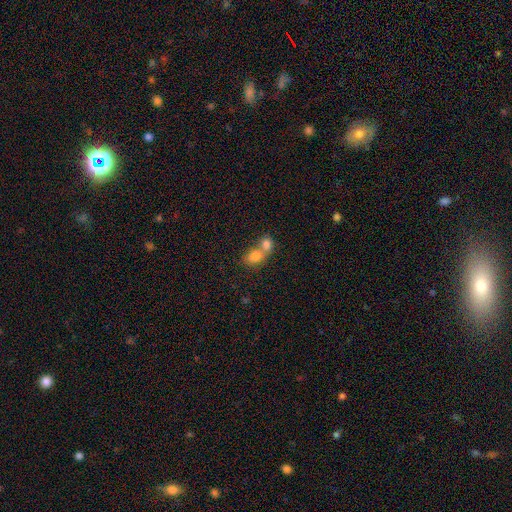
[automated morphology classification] A smooth galaxy with no disk features (79%) that is in between round and cigar-shaped (53%). Merging: merger (72%).